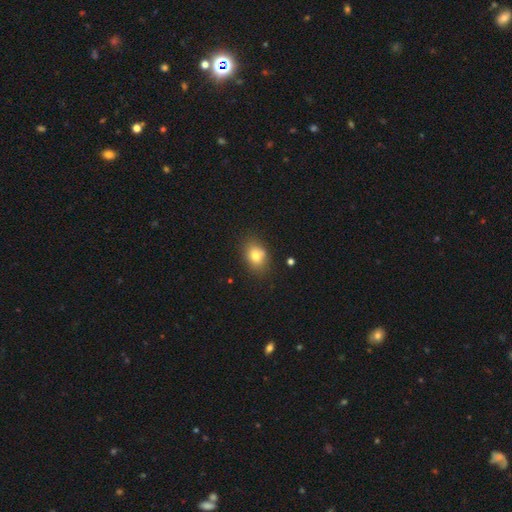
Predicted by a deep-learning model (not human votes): Smooth or featured?
  - smooth: 77% *
  - featured or disk: 12%
  - star or artifact: 11%
How rounded?
  - in between: 64% *
  - round: 35%
  - cigar-shaped: 1%
Merging?
  - none: 75% *
  - minor disturbance: 17%
  - merger: 4%
  - major disturbance: 4%